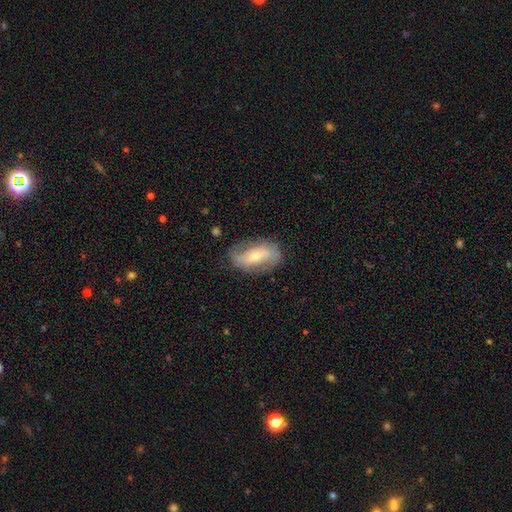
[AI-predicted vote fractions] The model was most divided on "bulge size": moderate: 50%, small: 45%, large: 3%, none: 1%, dominant: 1%. Remaining: edge-on disk — no (92%); spiral arms — yes (77%); merging — none (73%); smooth or featured — featured or disk (65%); bar — no (41%).